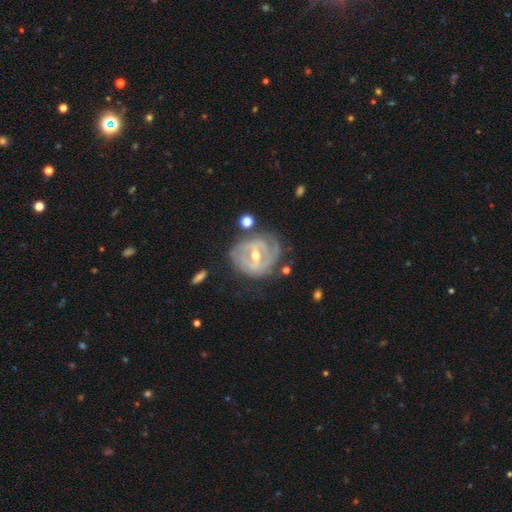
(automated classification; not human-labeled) smooth-or-featured: featured or disk: 84% | smooth: 10% | star or artifact: 5%
  disk-edge-on: no: 96% | yes: 4%
    bar: weak: 44% | strong: 40% | no: 16%
    has-spiral-arms: yes: 83% | no: 17%
      spiral-winding: tight: 65% | medium: 26% | loose: 9%
      spiral-arm-count: 2: 41% | can't tell: 34% | 3: 12% | 1: 7% | 4: 4% | more than 4: 3%
    bulge-size: moderate: 62% | small: 34% | large: 2% | none: 1% | dominant: 1%
  merging: none: 64% | minor disturbance: 22% | major disturbance: 11% | merger: 4%